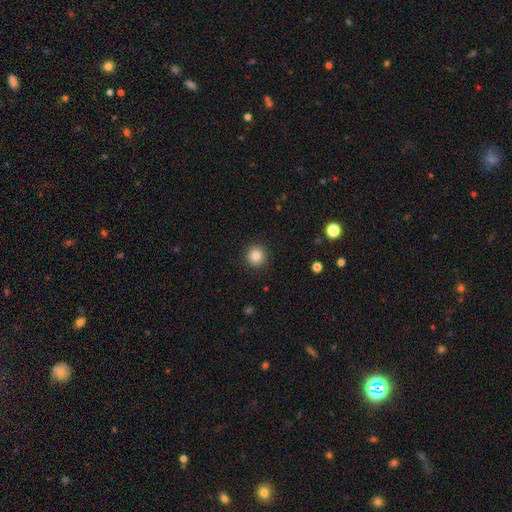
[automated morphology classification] The model was most divided on "smooth or featured": smooth: 86%, star or artifact: 10%, featured or disk: 4%. More confident: how rounded — round (93%); merging — none (90%).